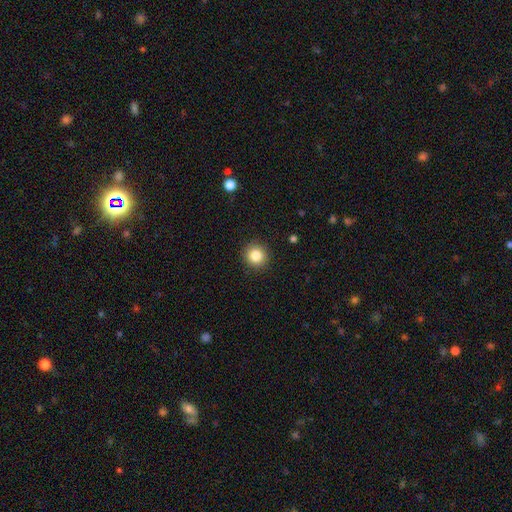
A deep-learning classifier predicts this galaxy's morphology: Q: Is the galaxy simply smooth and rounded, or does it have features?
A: smooth — 84%.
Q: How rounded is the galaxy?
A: round — 93%.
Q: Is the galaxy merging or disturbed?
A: none — 91%.